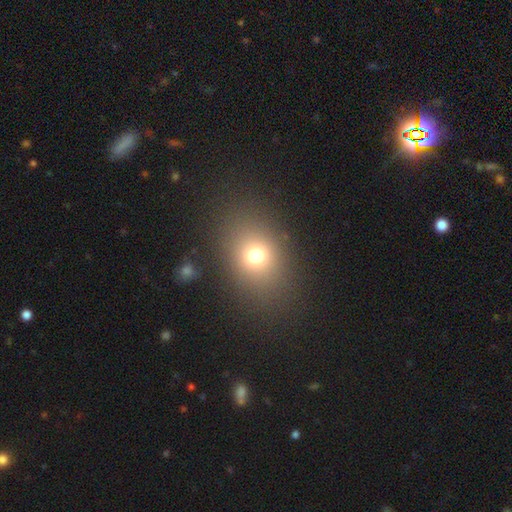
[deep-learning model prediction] A smooth galaxy with no disk features (72%) that is in between round and cigar-shaped (56%).

Vote fractions:
- Smooth or featured? smooth: 72% / star or artifact: 17% / featured or disk: 11%
- How rounded? in between: 56% / round: 43% / cigar-shaped: 1%
- Merging? none: 81% / minor disturbance: 10% / major disturbance: 6% / merger: 2%